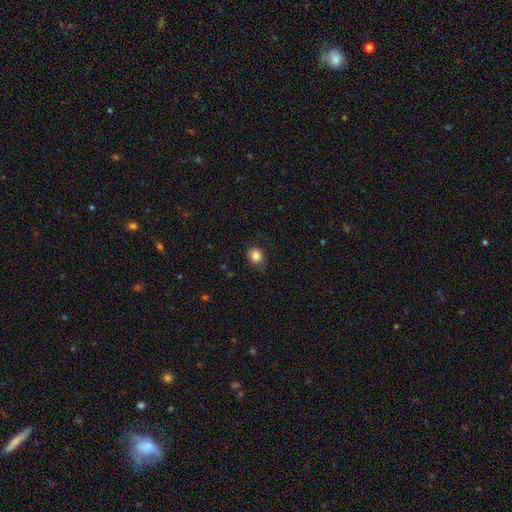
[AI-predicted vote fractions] smooth-or-featured: smooth: 85% | star or artifact: 10% | featured or disk: 5%
  how-rounded: round: 72% | in between: 27% | cigar-shaped: 1%
  merging: none: 81% | minor disturbance: 15% | major disturbance: 3% | merger: 1%